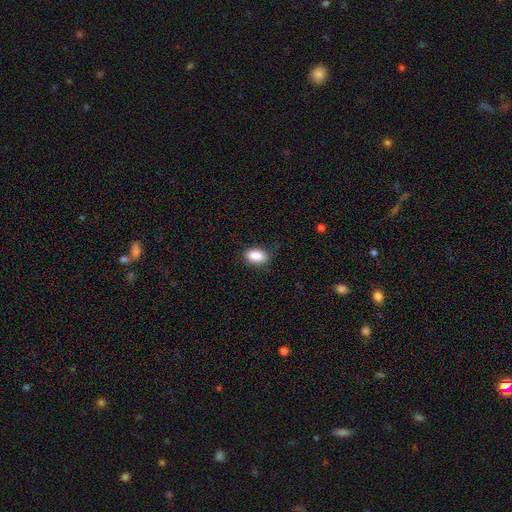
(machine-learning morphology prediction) The model was most divided on "merging": none: 80%, minor disturbance: 16%, major disturbance: 3%, merger: 1%. More confident: smooth or featured — smooth (89%); how rounded — in between (88%).